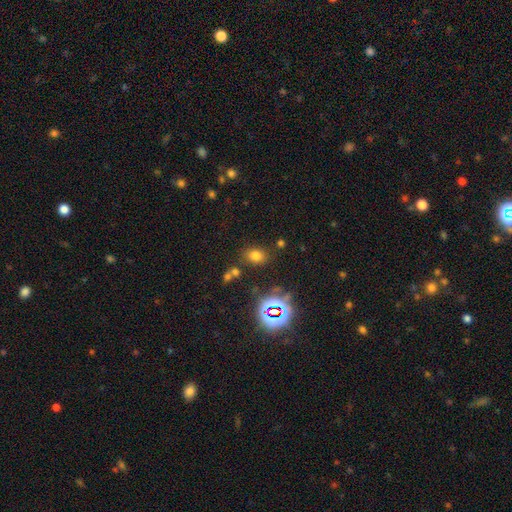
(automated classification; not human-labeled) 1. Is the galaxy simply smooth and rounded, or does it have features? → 67% smooth, 25% star or artifact, 8% featured or disk.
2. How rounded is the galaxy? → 62% in between, 37% round, 1% cigar-shaped.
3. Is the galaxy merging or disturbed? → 77% none, 11% minor disturbance, 7% merger, 5% major disturbance.